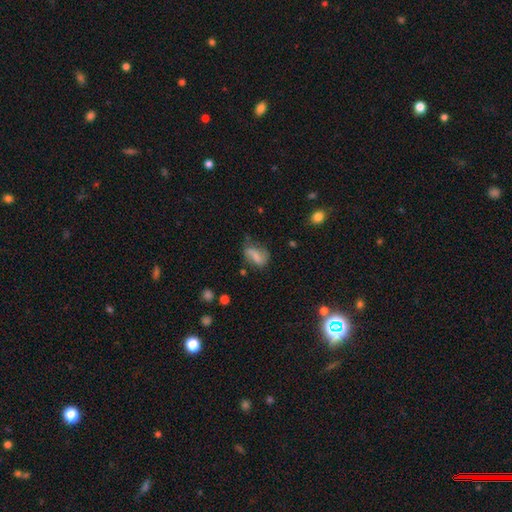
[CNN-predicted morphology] Smooth or featured: smooth — 53% (featured or disk — 37%)
How rounded: in between — 80% (round — 14%)
Merging: none — 45% (minor disturbance — 30%)